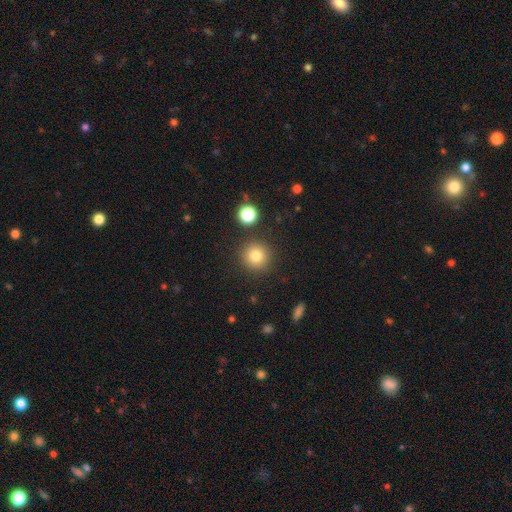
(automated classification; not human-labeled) A smooth galaxy with no disk features (80%) that is round (94%). Merging: none (88%).